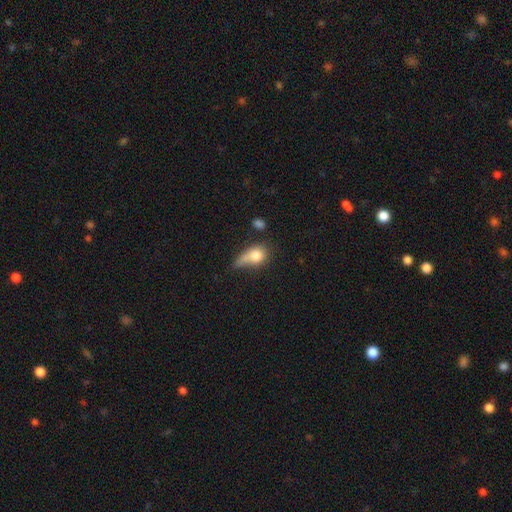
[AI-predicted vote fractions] The model was most divided on "merging": major disturbance: 28%, none: 26%, minor disturbance: 25%, merger: 20%. More confident: smooth or featured — smooth (72%); how rounded — in between (58%).